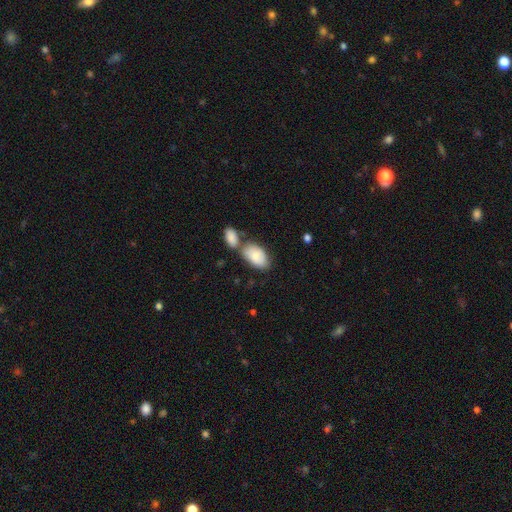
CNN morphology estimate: Smooth or featured? Predicted: smooth (p=0.76). How rounded? Predicted: in between (p=0.93). Merging? Predicted: none (p=0.41).